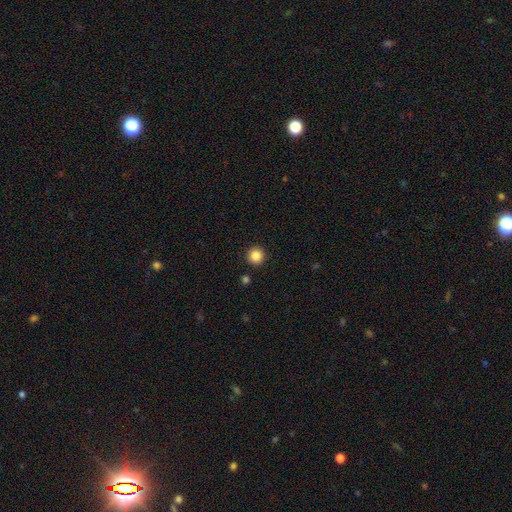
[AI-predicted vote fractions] Smooth or featured? Predicted: smooth (p=0.87). How rounded? Predicted: round (p=0.96). Merging? Predicted: none (p=0.92).